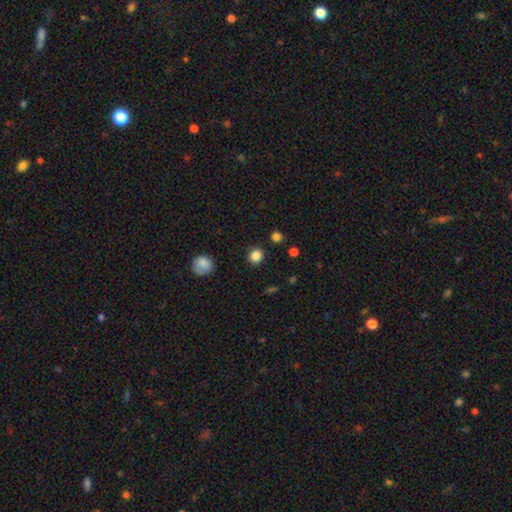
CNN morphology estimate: This appears to be a smooth galaxy with no disk features (85%) that is round (84%). Merging: none (88%).